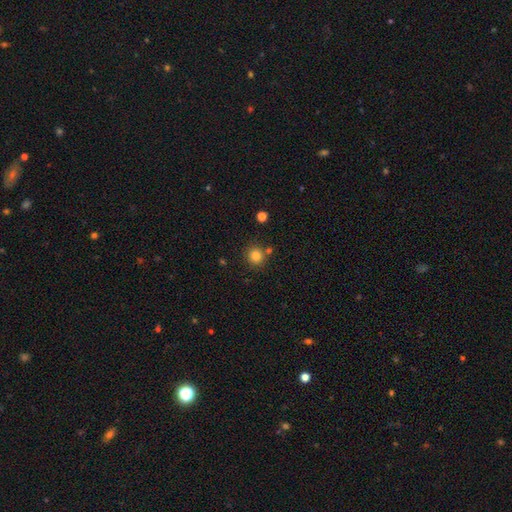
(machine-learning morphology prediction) smooth-or-featured: smooth: 82% | star or artifact: 12% | featured or disk: 6%
  how-rounded: round: 91% | in between: 8% | cigar-shaped: 1%
  merging: none: 80% | merger: 9% | minor disturbance: 8% | major disturbance: 3%